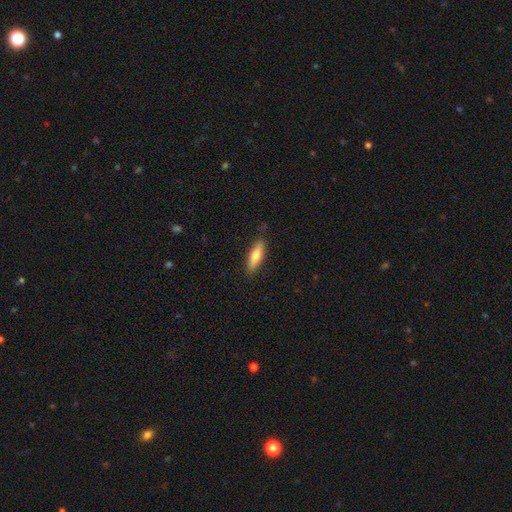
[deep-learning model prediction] Smooth or featured? Predicted: smooth (p=0.72). How rounded? Predicted: cigar-shaped (p=0.53). Merging? Predicted: none (p=0.84).